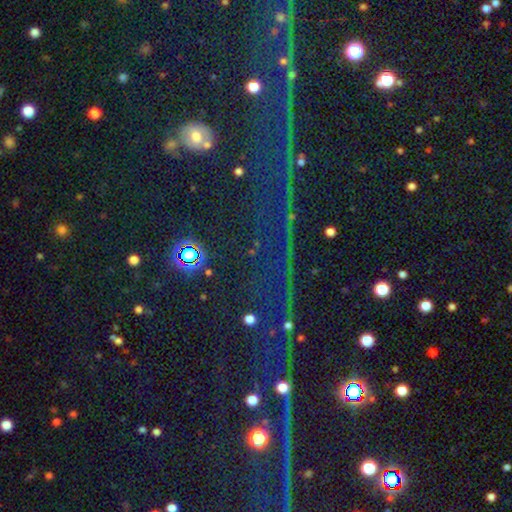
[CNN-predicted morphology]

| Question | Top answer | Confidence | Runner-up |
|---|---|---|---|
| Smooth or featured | star or artifact | 80% | smooth (12%) |